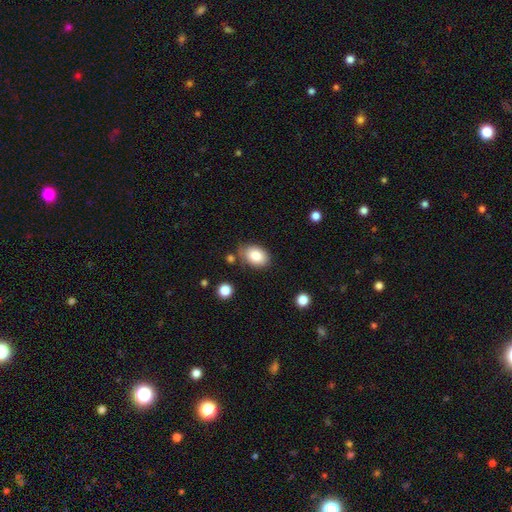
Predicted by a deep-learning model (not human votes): A smooth galaxy with no disk features (85%) that is in between round and cigar-shaped (83%).

Vote fractions:
- Smooth or featured? smooth: 85% / star or artifact: 7% / featured or disk: 7%
- How rounded? in between: 83% / round: 16% / cigar-shaped: 1%
- Merging? none: 73% / minor disturbance: 18% / merger: 5% / major disturbance: 4%